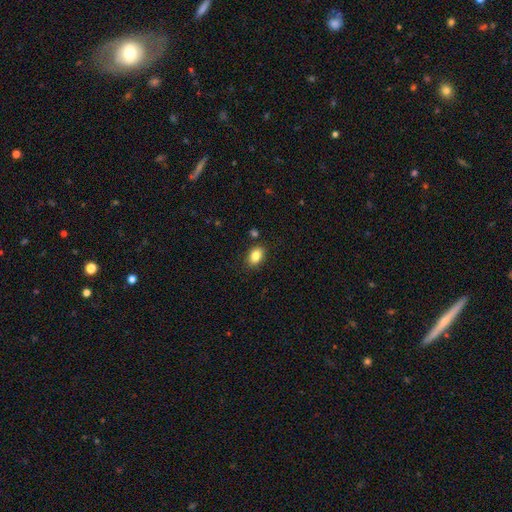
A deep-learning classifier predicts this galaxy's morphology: smooth_or_featured: smooth (p=0.84) [alt: star or artifact p=0.09]
how_rounded: in between (p=0.81) [alt: round p=0.17]
merging: none (p=0.85) [alt: minor disturbance p=0.10]